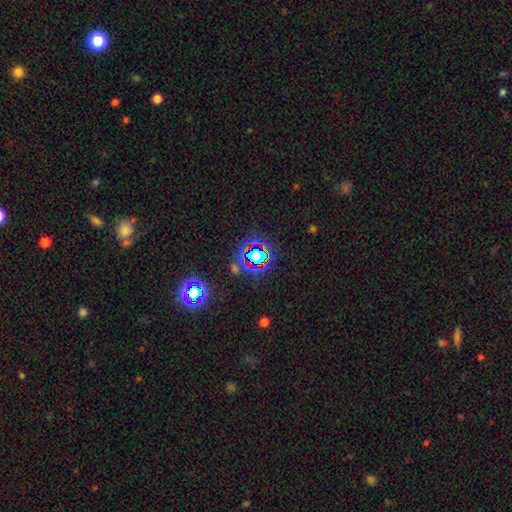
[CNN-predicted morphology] A star or artifact, not a galaxy (70%).